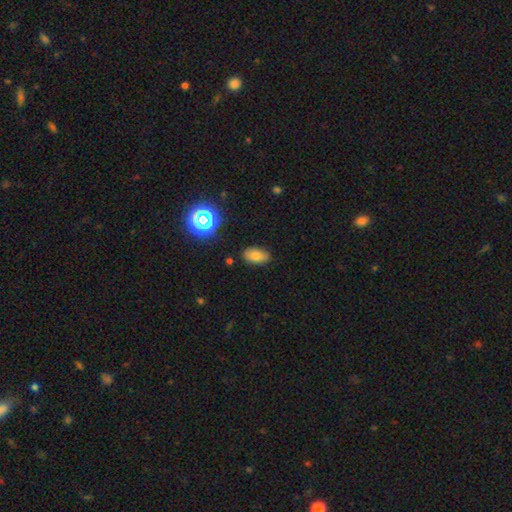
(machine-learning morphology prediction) Smooth or featured? Predicted: smooth (p=0.73). How rounded? Predicted: in between (p=0.91). Merging? Predicted: none (p=0.84).